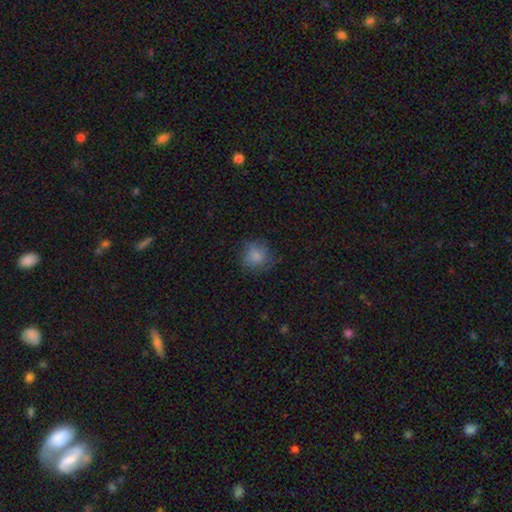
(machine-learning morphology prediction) A smooth galaxy with no disk features (78%) that is round (84%).

Vote fractions:
- Smooth or featured? smooth: 78% / featured or disk: 11% / star or artifact: 11%
- How rounded? round: 84% / in between: 15% / cigar-shaped: 1%
- Merging? none: 70% / minor disturbance: 20% / major disturbance: 9% / merger: 1%